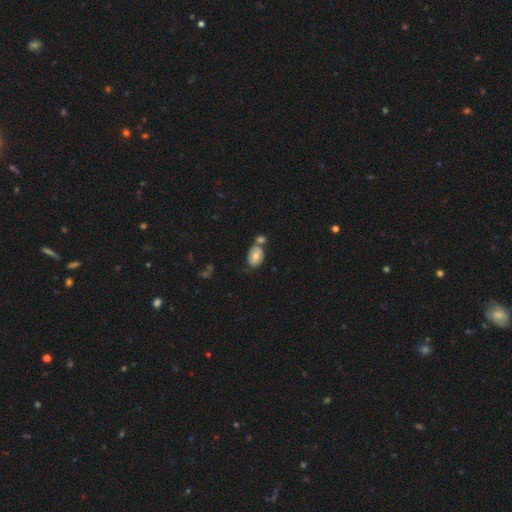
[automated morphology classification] A smooth galaxy with no disk features (62%) that is in between round and cigar-shaped (80%). Merging: none (48%).